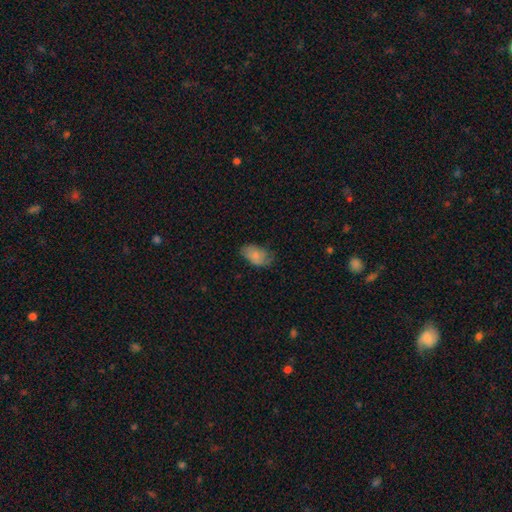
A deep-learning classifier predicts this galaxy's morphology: This appears to be a smooth galaxy with no disk features (73%) that is in between round and cigar-shaped (91%). Merging: none (58%).